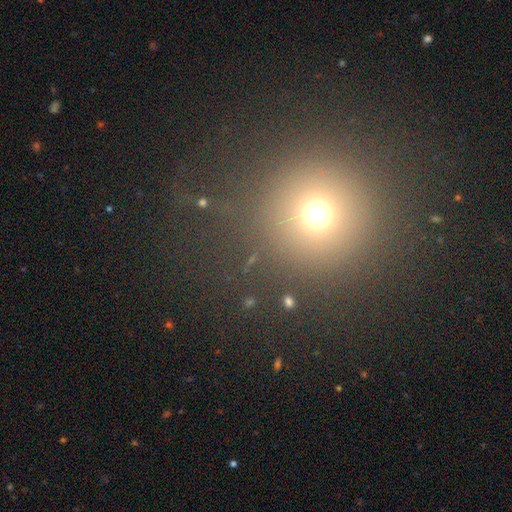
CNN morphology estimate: type=smooth (65%); roundness=round (95%); merging=none (87%).